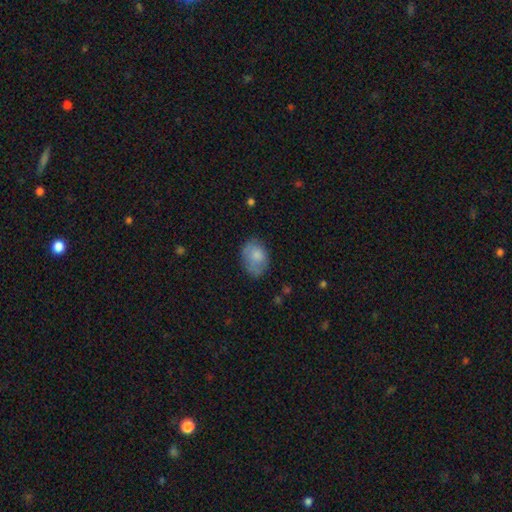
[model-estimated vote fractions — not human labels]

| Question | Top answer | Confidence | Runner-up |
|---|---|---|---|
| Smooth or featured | smooth | 77% | featured or disk (15%) |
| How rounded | in between | 75% | round (24%) |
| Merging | none | 63% | minor disturbance (26%) |